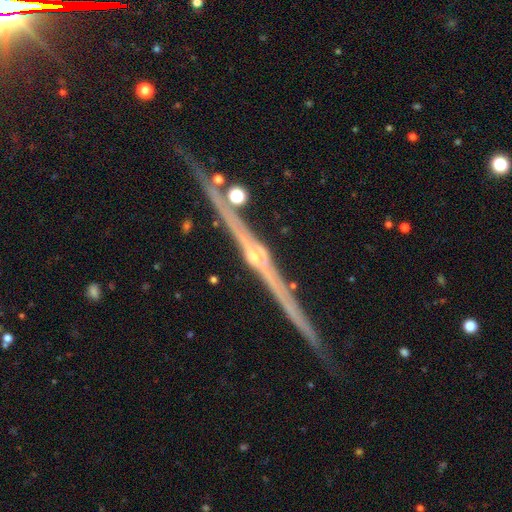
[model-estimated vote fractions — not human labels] smooth-or-featured: featured or disk: 88% | star or artifact: 7% | smooth: 5%
  disk-edge-on: yes: 98% | no: 2%
    edge-on-bulge: rounded: 86% | none: 7% | boxy: 6%
  merging: none: 86% | minor disturbance: 9% | merger: 3% | major disturbance: 2%